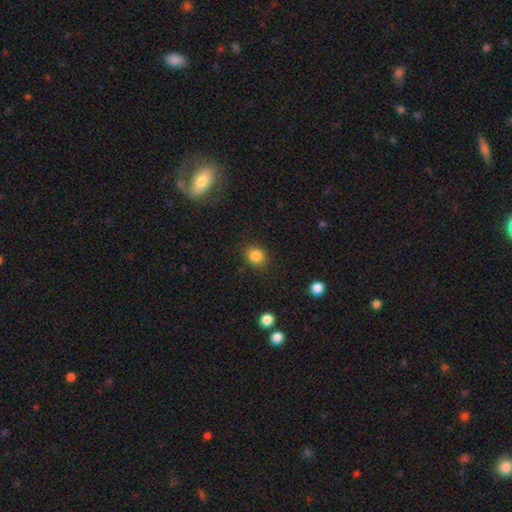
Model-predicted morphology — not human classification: A smooth galaxy with no disk features (85%) that is round (73%).

Vote fractions:
- Smooth or featured? smooth: 85% / star or artifact: 11% / featured or disk: 5%
- How rounded? round: 73% / in between: 26% / cigar-shaped: 1%
- Merging? none: 85% / minor disturbance: 11% / major disturbance: 3% / merger: 1%